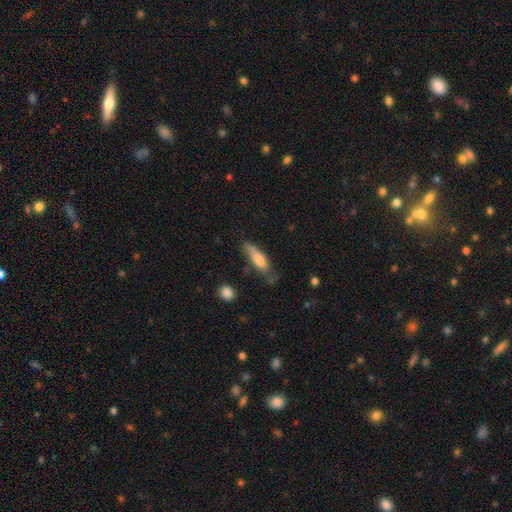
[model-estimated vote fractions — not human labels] This appears to be a smooth galaxy with no disk features (62%) that is cigar-shaped (57%). Merging: none (52%).